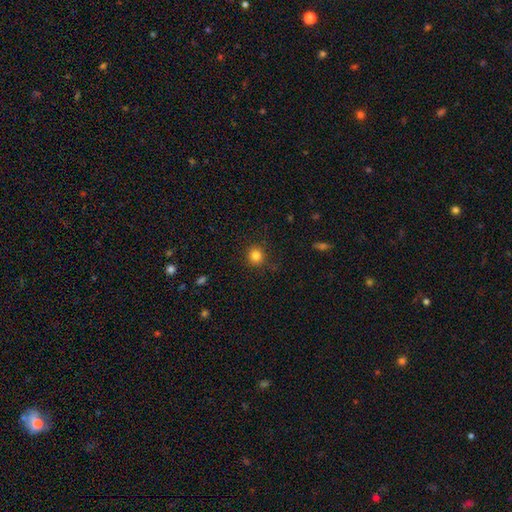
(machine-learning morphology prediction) The model was most divided on "smooth or featured": smooth: 82%, star or artifact: 12%, featured or disk: 5%. More confident: how rounded — round (92%); merging — none (87%).